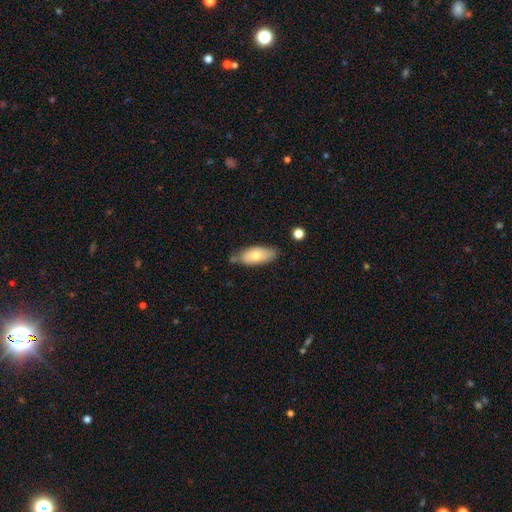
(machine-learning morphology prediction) Q: Smooth or featured?
A: smooth (70%); runner-up: featured or disk (23%)
Q: How rounded?
A: in between (84%); runner-up: cigar-shaped (13%)
Q: Merging?
A: none (65%); runner-up: minor disturbance (24%)